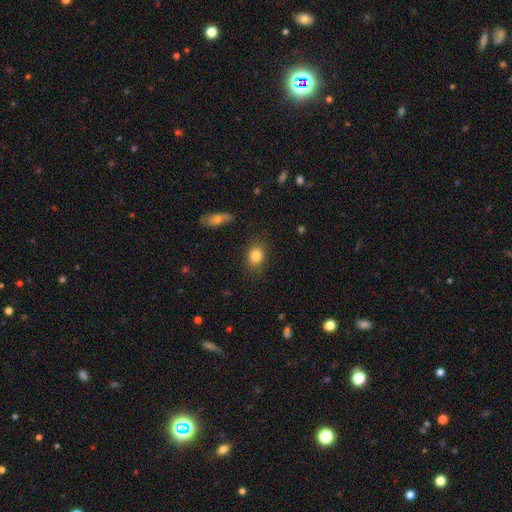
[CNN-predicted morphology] type=smooth (83%); roundness=in between (52%); merging=none (83%).